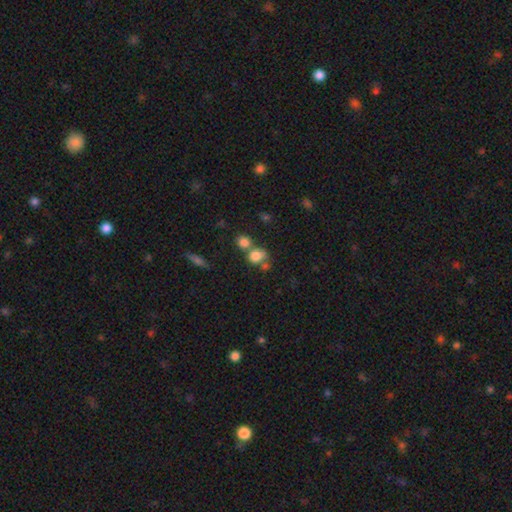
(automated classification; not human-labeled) Smooth or featured: smooth — 77% (star or artifact — 12%)
How rounded: round — 65% (in between — 33%)
Merging: merger — 44% (none — 39%)